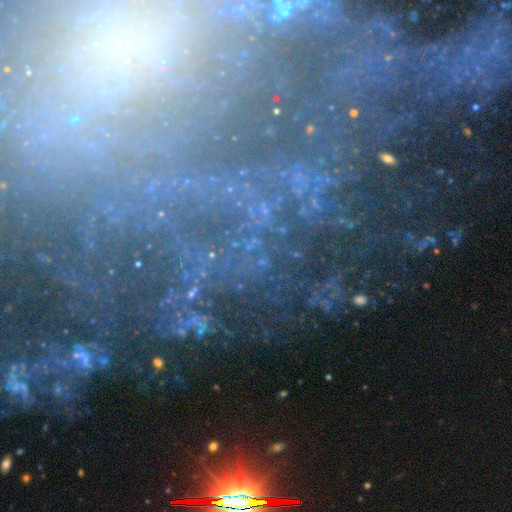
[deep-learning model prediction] This is likely a star or artifact rather than a galaxy (70%).